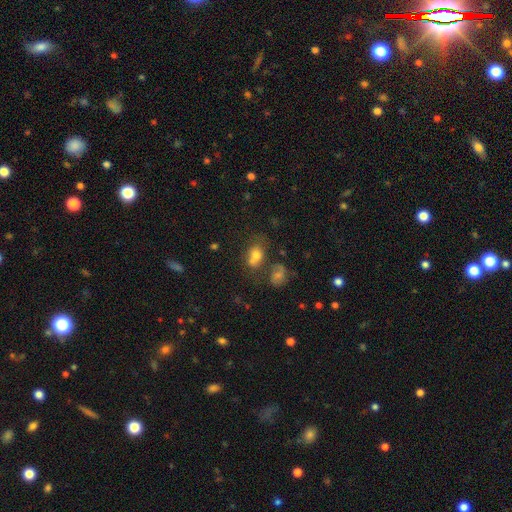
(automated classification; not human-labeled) smooth-or-featured: smooth: 73% | featured or disk: 15% | star or artifact: 12%
  how-rounded: in between: 63% | round: 36% | cigar-shaped: 2%
  merging: none: 37% | merger: 36% | minor disturbance: 17% | major disturbance: 10%